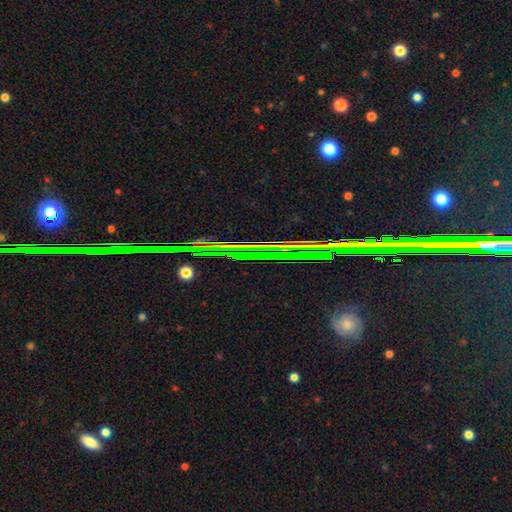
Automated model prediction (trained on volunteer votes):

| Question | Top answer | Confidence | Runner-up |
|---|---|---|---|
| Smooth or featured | star or artifact | 79% | featured or disk (11%) |